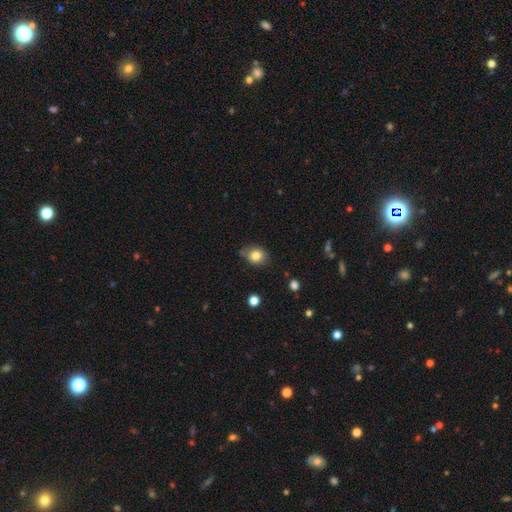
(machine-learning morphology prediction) Q: Smooth or featured?
A: smooth (81%); runner-up: star or artifact (10%)
Q: How rounded?
A: round (53%); runner-up: in between (46%)
Q: Merging?
A: none (72%); runner-up: minor disturbance (21%)